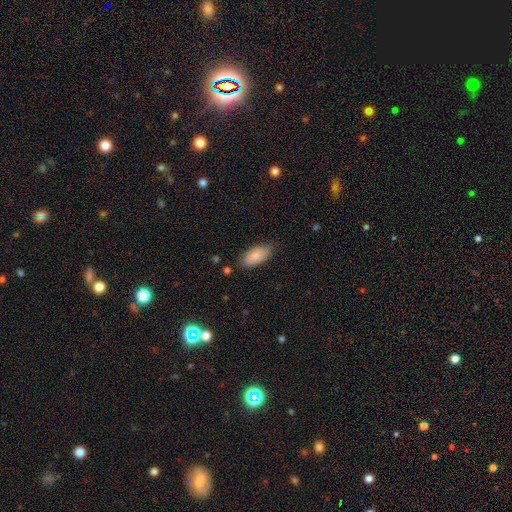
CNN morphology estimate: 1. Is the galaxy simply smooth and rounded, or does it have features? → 86% smooth, 8% featured or disk, 6% star or artifact.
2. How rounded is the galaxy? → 91% in between, 7% cigar-shaped, 2% round.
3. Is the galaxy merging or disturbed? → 75% none, 20% minor disturbance, 4% major disturbance, 2% merger.